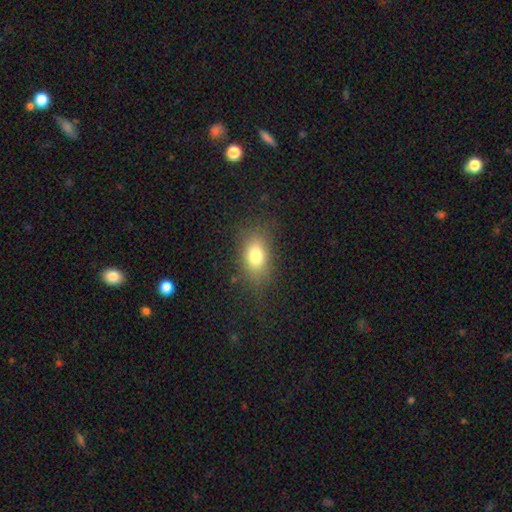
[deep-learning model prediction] A smooth galaxy with no disk features (78%) that is in between round and cigar-shaped (79%). Merging: none (78%).